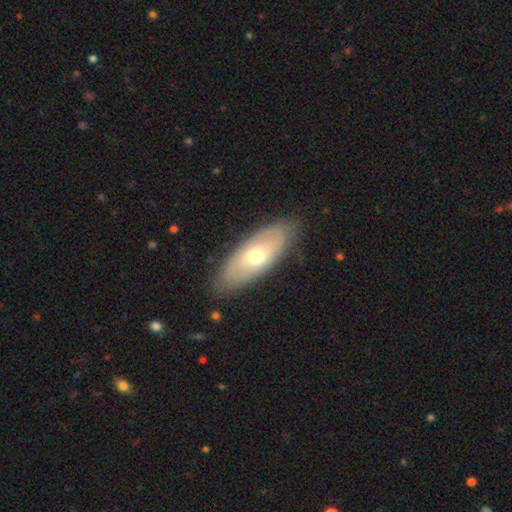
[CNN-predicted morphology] Smooth or featured? Predicted: smooth (p=0.50). How rounded? Predicted: in between (p=0.80). Merging? Predicted: none (p=0.83).